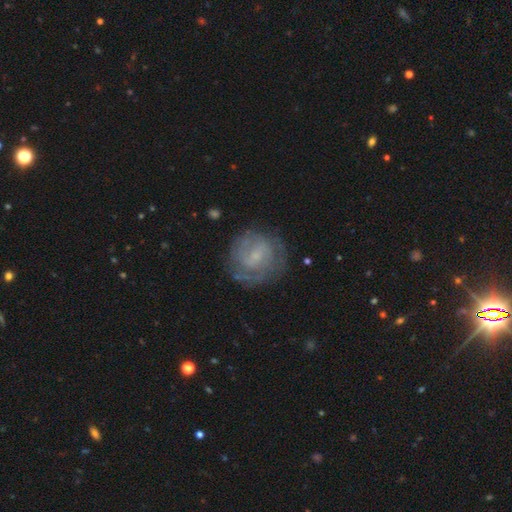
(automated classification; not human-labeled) featured or disk 69%, smooth 24%, star or artifact 8%. Down the decision tree: edge-on disk — no (98%); bar — weak (48%); spiral arms — yes (83%); spiral arm count — can't tell (42%); spiral winding — tight (56%); bulge size — small (63%); merging — none (72%).